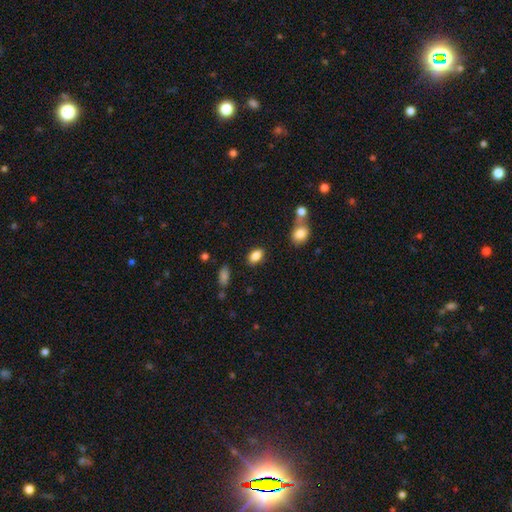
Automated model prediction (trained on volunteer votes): Smooth or featured? Predicted: smooth (p=0.85). How rounded? Predicted: in between (p=0.88). Merging? Predicted: none (p=0.84).